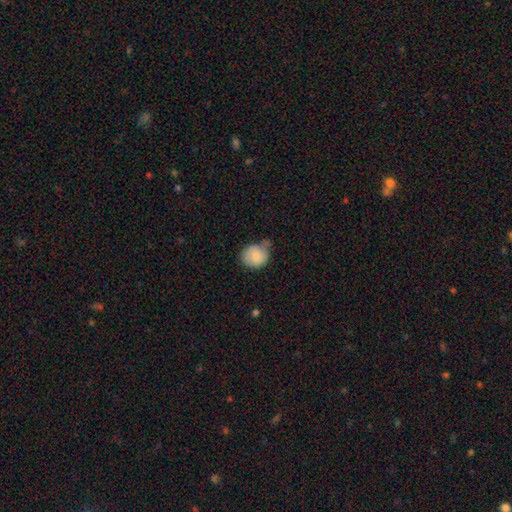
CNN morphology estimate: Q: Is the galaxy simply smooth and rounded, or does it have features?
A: smooth — 80%.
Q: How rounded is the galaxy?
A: round — 67%.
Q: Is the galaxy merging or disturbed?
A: none — 47%.